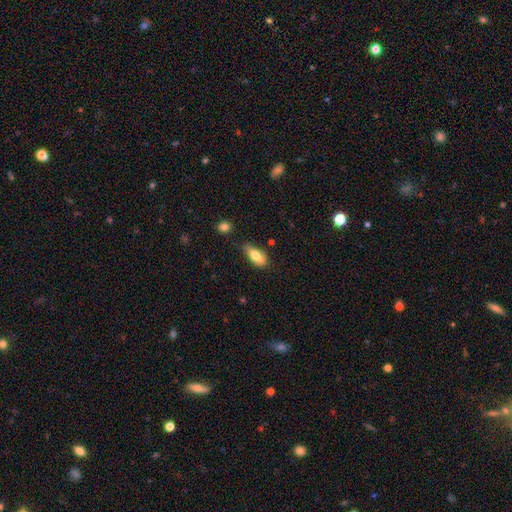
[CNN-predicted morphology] A smooth galaxy with no disk features (74%) that is in between round and cigar-shaped (86%).

Vote fractions:
- Smooth or featured? smooth: 74% / featured or disk: 18% / star or artifact: 7%
- How rounded? in between: 86% / cigar-shaped: 10% / round: 4%
- Merging? none: 51% / minor disturbance: 35% / major disturbance: 10% / merger: 5%